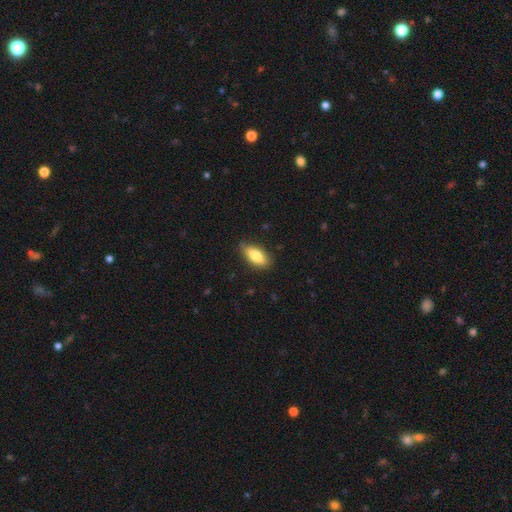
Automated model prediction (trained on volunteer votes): A smooth galaxy with no disk features (81%) that is in between round and cigar-shaped (85%). Merging: none (76%).